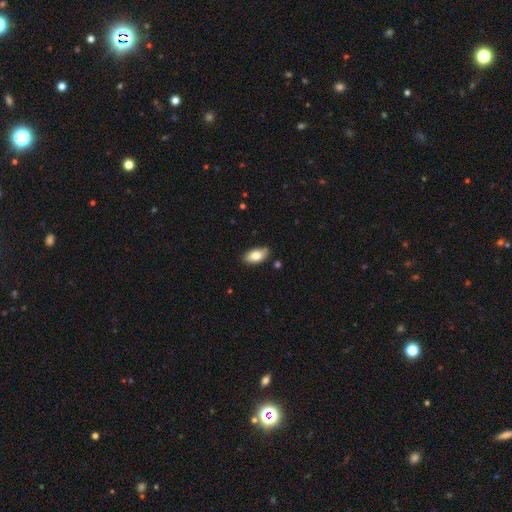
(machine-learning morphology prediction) Smooth or featured? smooth (79%)
How rounded? in between (93%)
Merging? none (84%)